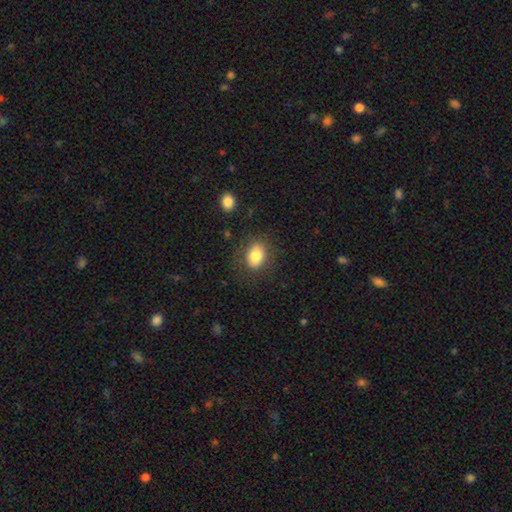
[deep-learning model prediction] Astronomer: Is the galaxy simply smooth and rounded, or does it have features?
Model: smooth — 81%.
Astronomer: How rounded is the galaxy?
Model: in between — 66%.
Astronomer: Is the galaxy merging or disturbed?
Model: none — 80%.